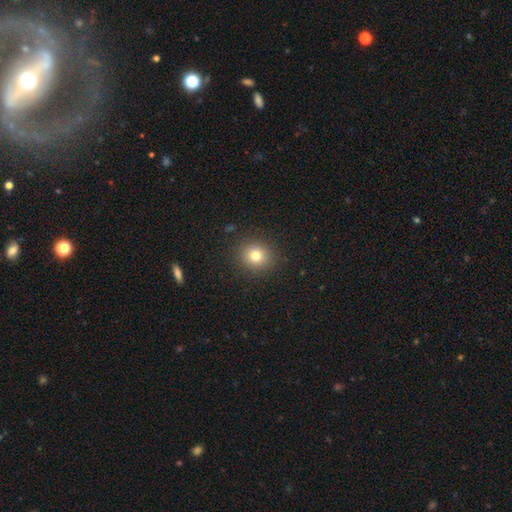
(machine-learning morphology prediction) This is likely a smooth galaxy (78%). How rounded: clearly round (86%). Merging: clearly none (89%).